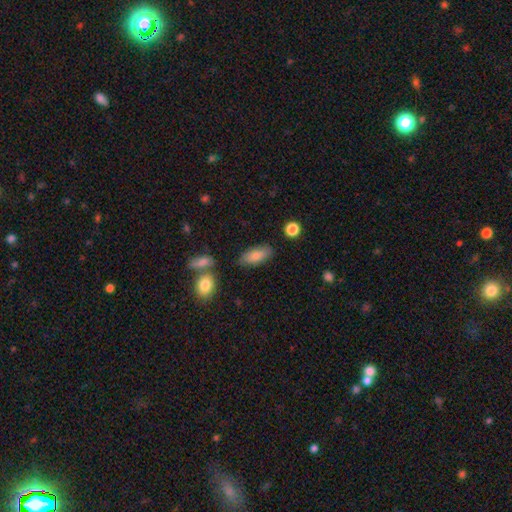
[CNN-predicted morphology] This is clearly a smooth galaxy (80%). How rounded: clearly in between (82%). Merging: likely none (79%).